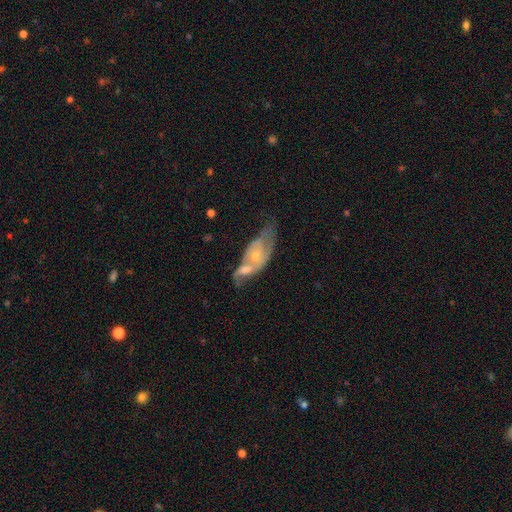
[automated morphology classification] A featured or disk galaxy (66%) with no bar (73%), spiral arms (72%) and a small central bulge (54%). Merging: merger (60%).